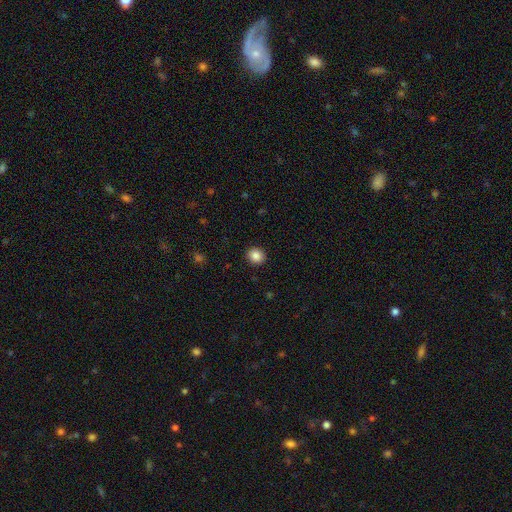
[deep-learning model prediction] Smooth or featured?
  - smooth: 86% *
  - star or artifact: 9%
  - featured or disk: 4%
How rounded?
  - round: 80% *
  - in between: 19%
  - cigar-shaped: 1%
Merging?
  - none: 91% *
  - minor disturbance: 6%
  - major disturbance: 2%
  - merger: 1%